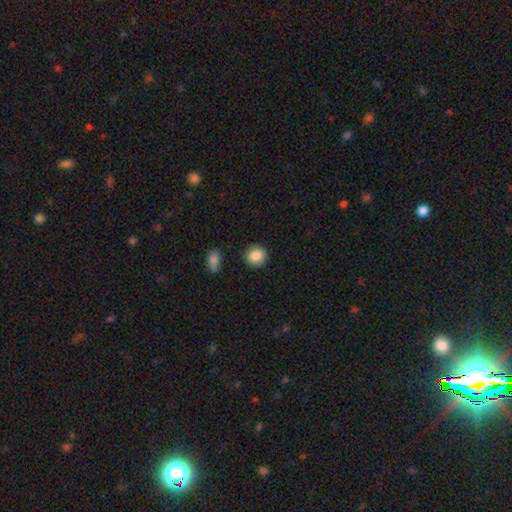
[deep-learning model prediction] Overall: smooth (88%). How rounded: round (88%). Merging: none (88%).